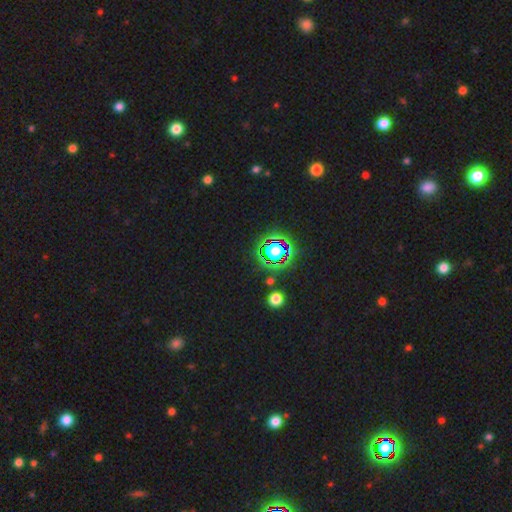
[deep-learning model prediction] This appears to be a star or artifact, not a galaxy (79%).